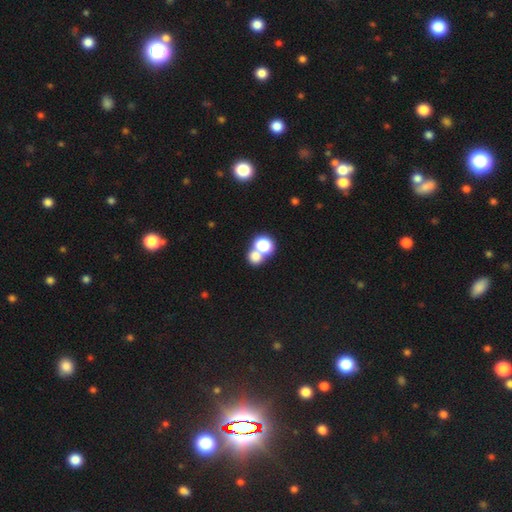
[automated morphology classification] type=smooth (72%); roundness=round (73%); merging=merger (55%).